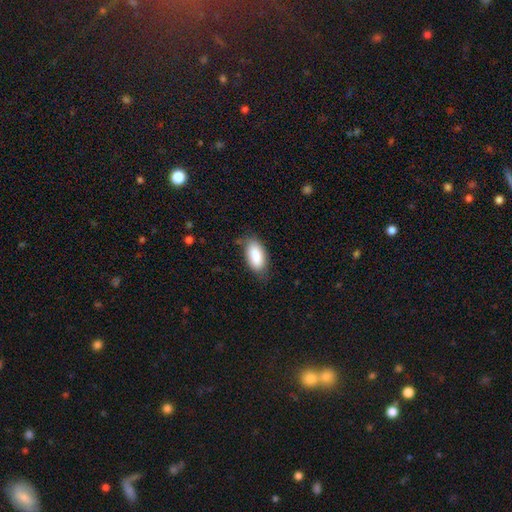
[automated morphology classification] The model was most divided on "merging": none: 71%, minor disturbance: 23%, major disturbance: 5%, merger: 2%. More confident: how rounded — in between (92%); smooth or featured — smooth (87%).